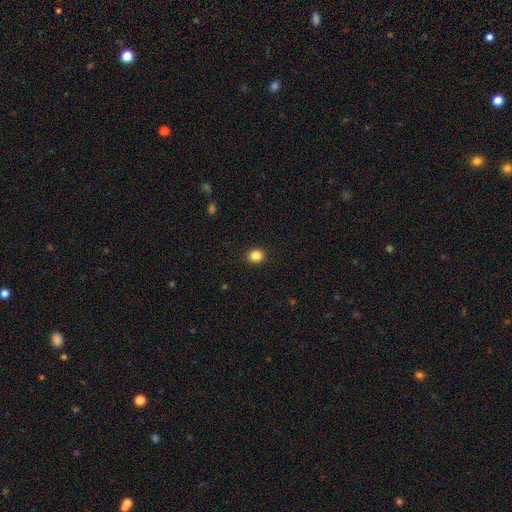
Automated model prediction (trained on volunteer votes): Smooth or featured? Predicted: smooth (p=0.85). How rounded? Predicted: round (p=0.85). Merging? Predicted: none (p=0.91).